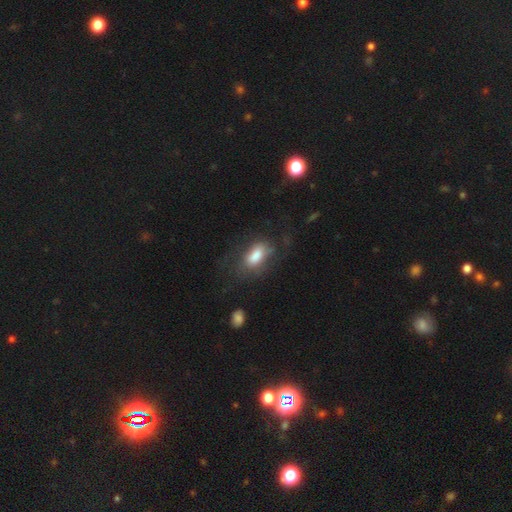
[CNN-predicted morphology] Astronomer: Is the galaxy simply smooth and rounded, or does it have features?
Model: smooth — 62%.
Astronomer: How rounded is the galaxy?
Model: in between — 88%.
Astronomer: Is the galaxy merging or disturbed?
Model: none — 51% (runner-up: major disturbance, 26%).